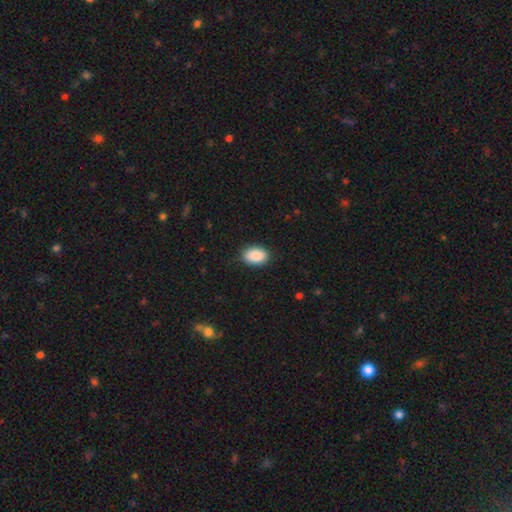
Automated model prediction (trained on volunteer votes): smooth-or-featured: smooth: 90% | star or artifact: 7% | featured or disk: 3%
  how-rounded: in between: 89% | round: 10% | cigar-shaped: 1%
  merging: none: 87% | minor disturbance: 10% | major disturbance: 2% | merger: 1%